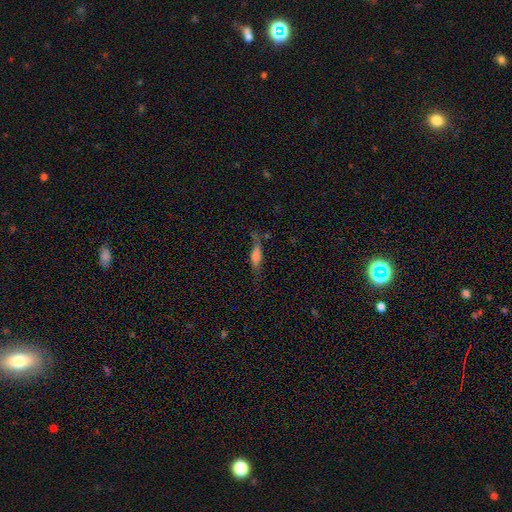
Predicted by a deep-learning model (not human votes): Overall: smooth (55%; featured or disk 35%). How rounded: cigar-shaped (66%; in between 31%). Merging: none (62%; minor disturbance 24%).